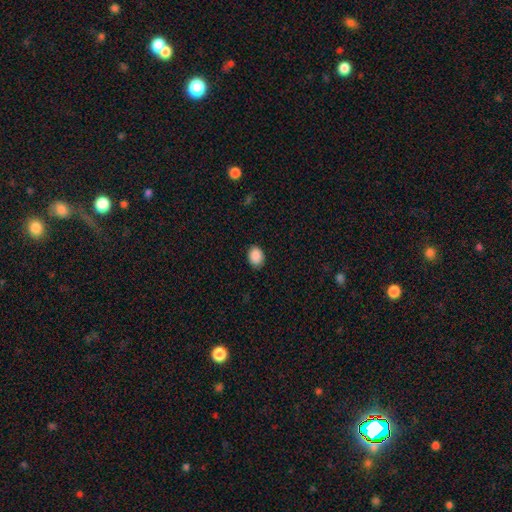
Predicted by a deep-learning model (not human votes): Smooth or featured? smooth (90%)
How rounded? in between (66%)
Merging? none (85%)